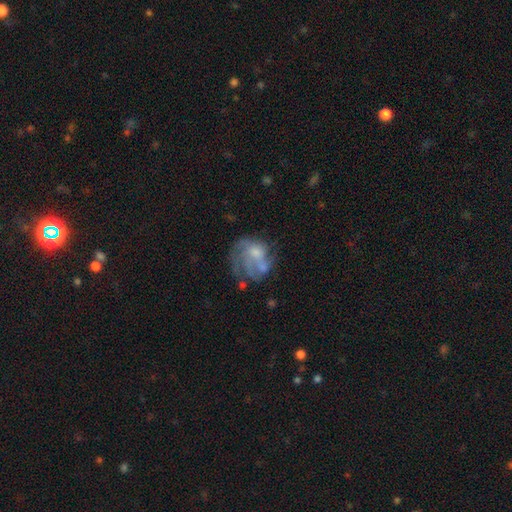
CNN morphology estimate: Smooth or featured: featured or disk — 59% (smooth — 30%)
Edge-on disk: no — 98% (yes — 2%)
Bar: no — 79% (weak — 18%)
Spiral arms: no — 51% (yes — 49%)
Bulge size: moderate — 37% (small — 31%)
Merging: none — 38% (major disturbance — 31%)